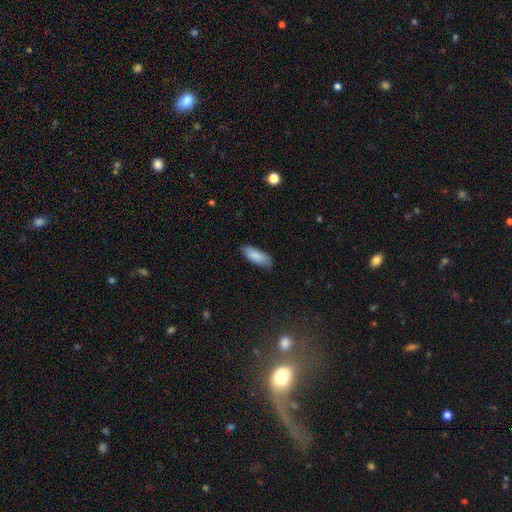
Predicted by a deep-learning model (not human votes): Smooth or featured? smooth (87%)
How rounded? in between (72%)
Merging? none (78%)